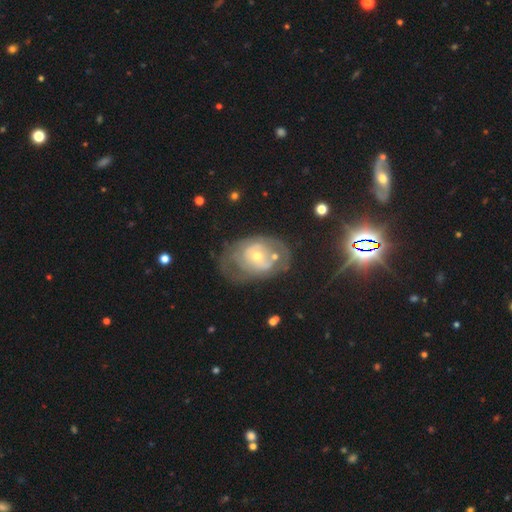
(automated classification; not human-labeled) Smooth or featured: featured or disk — 70% (smooth — 20%)
Edge-on disk: no — 95% (yes — 5%)
Bar: no — 69% (weak — 25%)
Spiral arms: yes — 61% (no — 39%)
Bulge size: small — 55% (moderate — 41%)
Merging: none — 48% (minor disturbance — 24%)